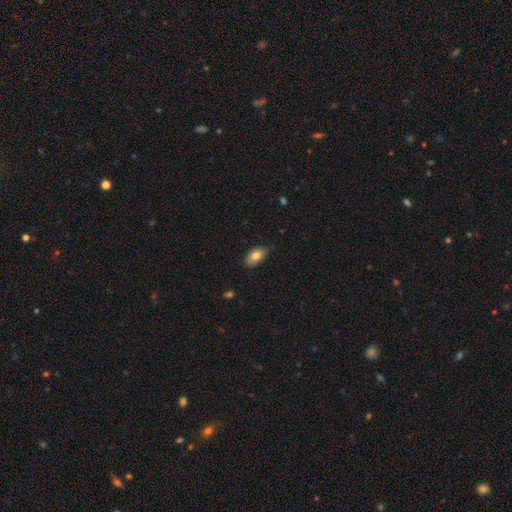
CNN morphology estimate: smooth-or-featured: smooth: 81% | featured or disk: 11% | star or artifact: 7%
  how-rounded: in between: 92% | round: 4% | cigar-shaped: 4%
  merging: none: 80% | minor disturbance: 17% | major disturbance: 2% | merger: 1%